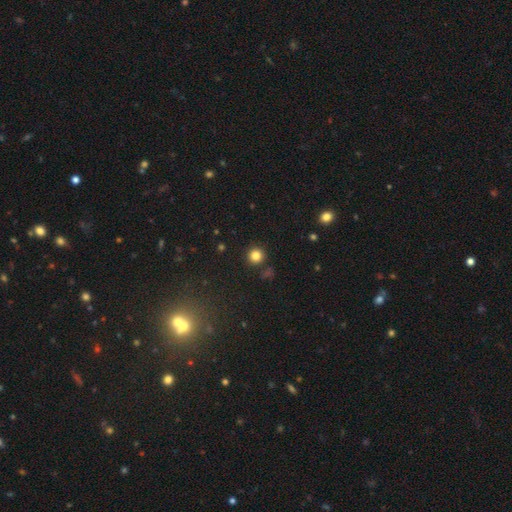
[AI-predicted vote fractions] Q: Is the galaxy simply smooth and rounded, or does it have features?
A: smooth — 82%.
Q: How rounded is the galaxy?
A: round — 94%.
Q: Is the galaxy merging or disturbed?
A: none — 90%.